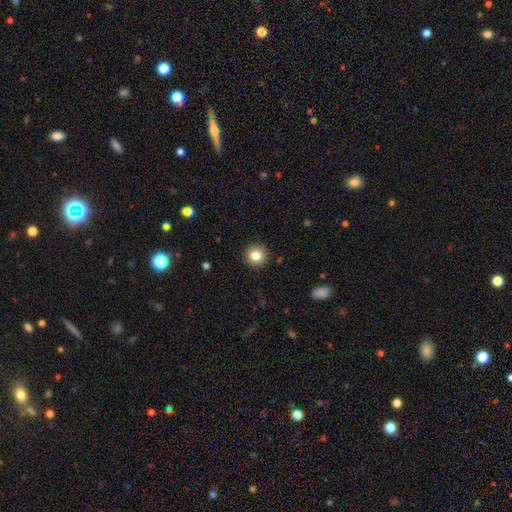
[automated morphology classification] Smooth or featured? smooth (83%)
How rounded? round (95%)
Merging? none (92%)